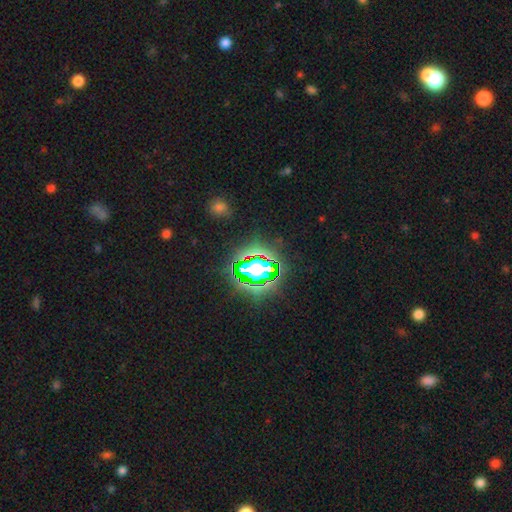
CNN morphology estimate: Smooth or featured?
  - star or artifact: 80% *
  - smooth: 13%
  - featured or disk: 7%